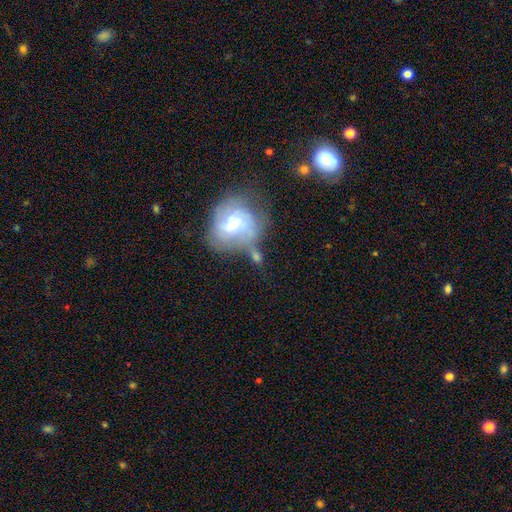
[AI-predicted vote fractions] featured or disk 50%, smooth 39%, star or artifact 11%. Down the decision tree: edge-on disk — no (94%); merging — none (44%).